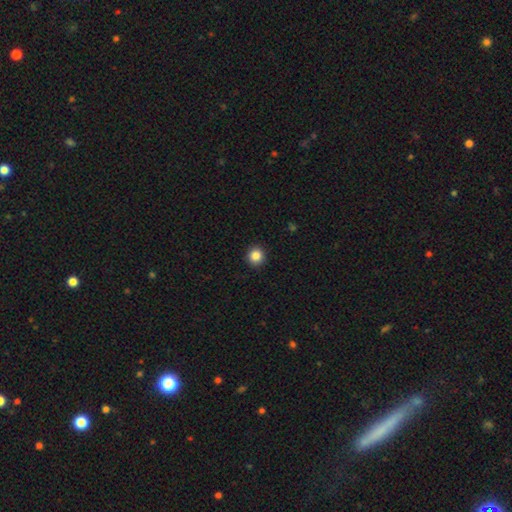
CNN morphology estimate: Smooth or featured?
  - smooth: 86% *
  - star or artifact: 10%
  - featured or disk: 4%
How rounded?
  - round: 93% *
  - in between: 6%
  - cigar-shaped: 1%
Merging?
  - none: 92% *
  - minor disturbance: 5%
  - major disturbance: 2%
  - merger: 1%